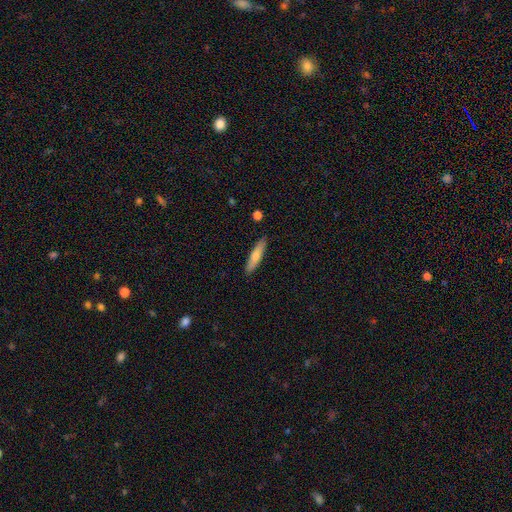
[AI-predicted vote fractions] smooth 70%, featured or disk 24%, star or artifact 6%. Down the decision tree: how rounded — cigar-shaped (83%); merging — none (88%).